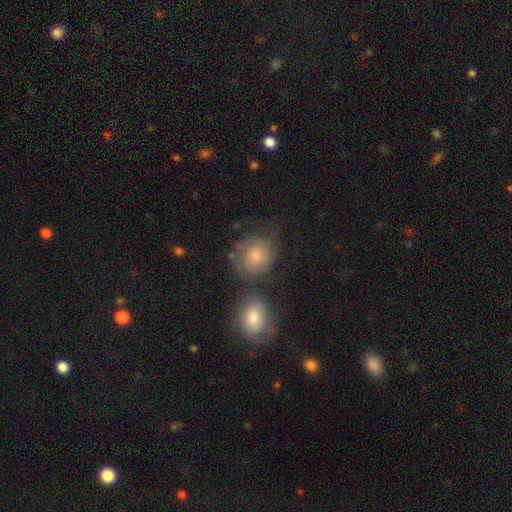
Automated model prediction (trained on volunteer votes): The model was most divided on "smooth or featured": smooth: 55%, featured or disk: 34%, star or artifact: 10%. More confident: how rounded — round (80%); merging — none (62%).